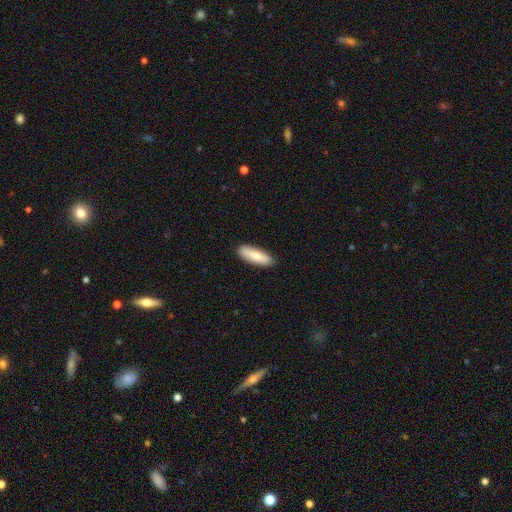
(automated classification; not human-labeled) This appears to be a smooth galaxy with no disk features (79%) that is in between round and cigar-shaped (53%). Merging: none (88%).